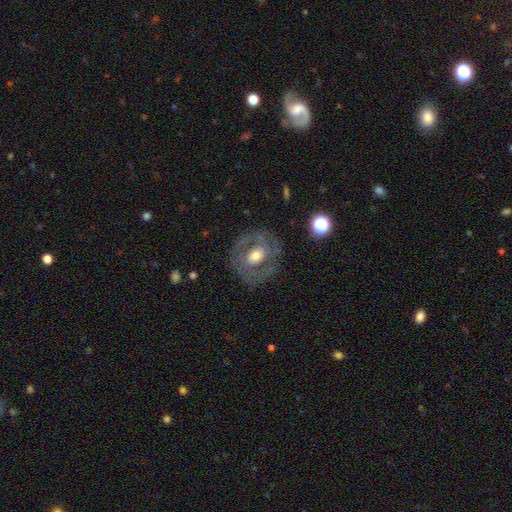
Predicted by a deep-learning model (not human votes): Smooth or featured?
  - featured or disk: 71% *
  - smooth: 23%
  - star or artifact: 7%
Edge-on disk?
  - no: 96% *
  - yes: 4%
Bar?
  - no: 58% *
  - weak: 30%
  - strong: 12%
Spiral arms?
  - yes: 65% *
  - no: 35%
Bulge size?
  - moderate: 64% *
  - large: 19%
  - small: 14%
  - dominant: 2%
  - none: 1%
Merging?
  - none: 77% *
  - minor disturbance: 13%
  - major disturbance: 9%
  - merger: 1%